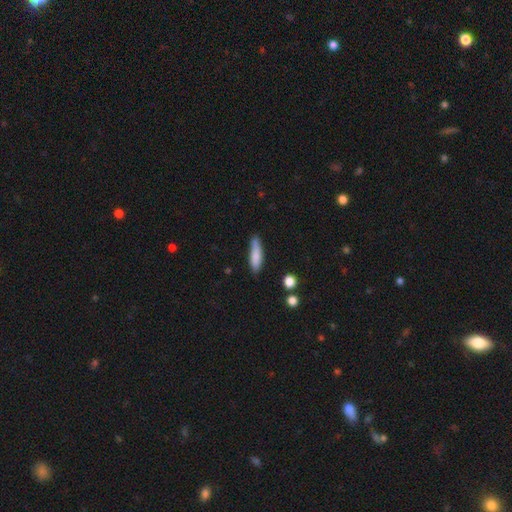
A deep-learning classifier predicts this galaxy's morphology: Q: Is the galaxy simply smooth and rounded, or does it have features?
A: smooth — 81%.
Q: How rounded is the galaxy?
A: cigar-shaped — 69%.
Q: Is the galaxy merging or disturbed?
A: none — 69%.